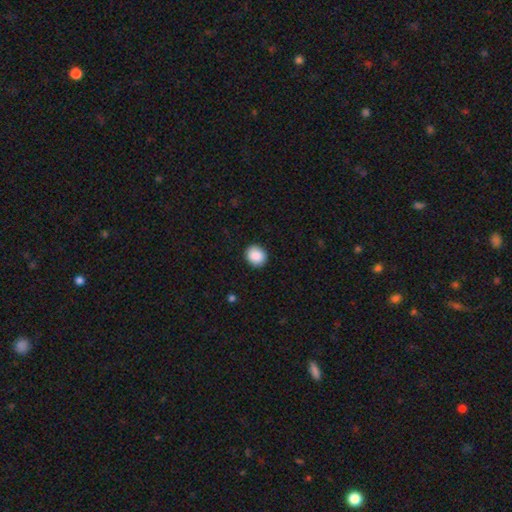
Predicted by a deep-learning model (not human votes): Smooth or featured? smooth (89%)
How rounded? round (77%)
Merging? none (90%)